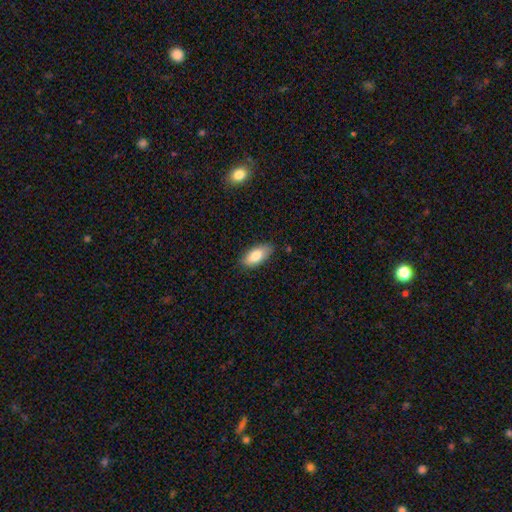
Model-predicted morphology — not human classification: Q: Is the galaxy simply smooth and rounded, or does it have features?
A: smooth — 80%.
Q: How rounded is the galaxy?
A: in between — 86%.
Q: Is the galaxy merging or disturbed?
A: none — 84%.